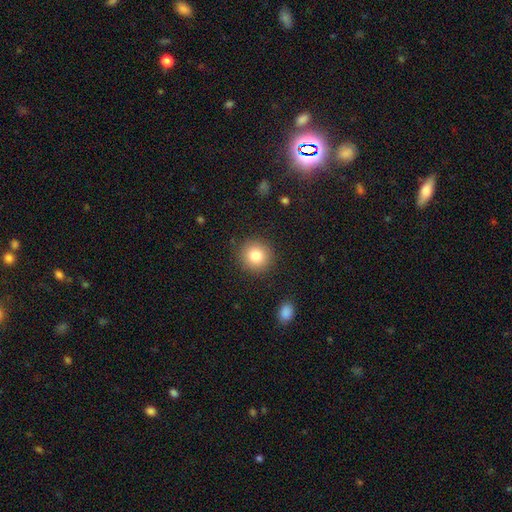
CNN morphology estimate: This is clearly a smooth galaxy (82%). How rounded: clearly round (92%). Merging: clearly none (89%).